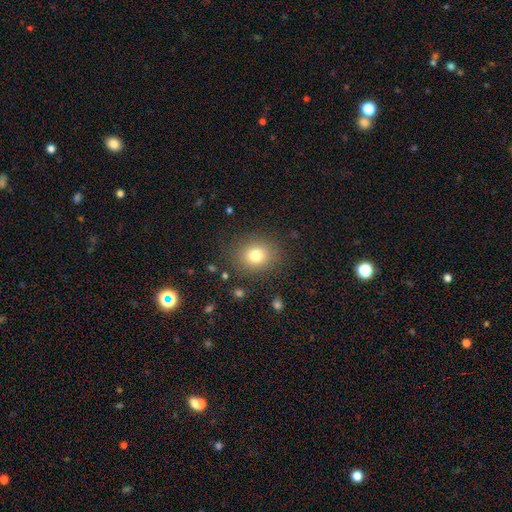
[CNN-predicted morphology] smooth_or_featured: smooth (p=0.77) [alt: star or artifact p=0.13]
how_rounded: round (p=0.74) [alt: in between p=0.25]
merging: none (p=0.85) [alt: minor disturbance p=0.09]